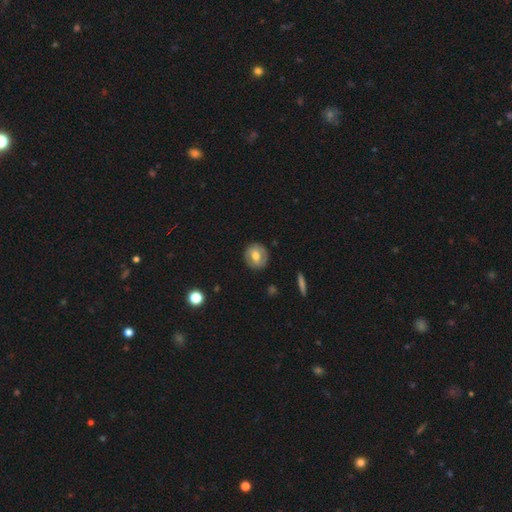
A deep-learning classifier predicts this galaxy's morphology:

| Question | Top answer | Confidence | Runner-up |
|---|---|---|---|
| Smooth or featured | smooth | 53% | featured or disk (40%) |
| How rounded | round | 84% | in between (14%) |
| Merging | none | 86% | minor disturbance (10%) |